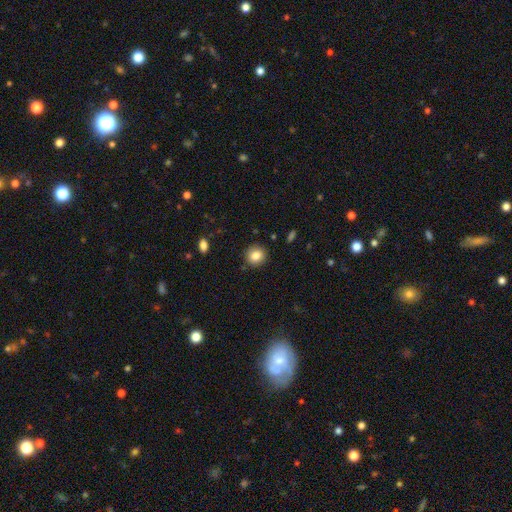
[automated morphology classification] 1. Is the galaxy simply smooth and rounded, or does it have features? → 84% smooth, 10% star or artifact, 6% featured or disk.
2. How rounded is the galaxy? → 88% round, 11% in between, 1% cigar-shaped.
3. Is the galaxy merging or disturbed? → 89% none, 7% minor disturbance, 2% major disturbance, 1% merger.